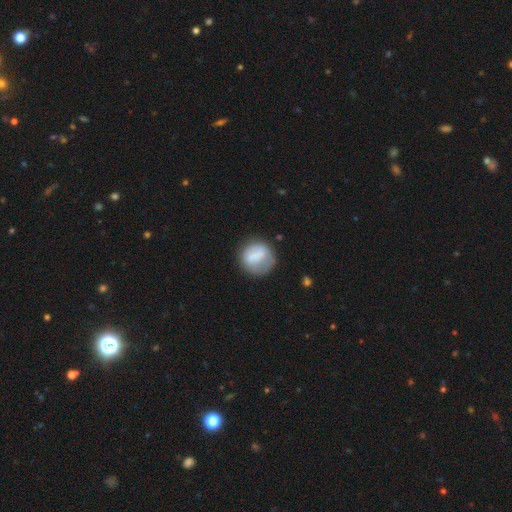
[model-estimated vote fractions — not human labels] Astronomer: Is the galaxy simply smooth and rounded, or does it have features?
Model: smooth — 65%.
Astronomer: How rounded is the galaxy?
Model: round — 82%.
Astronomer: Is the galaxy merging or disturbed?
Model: none — 65%.